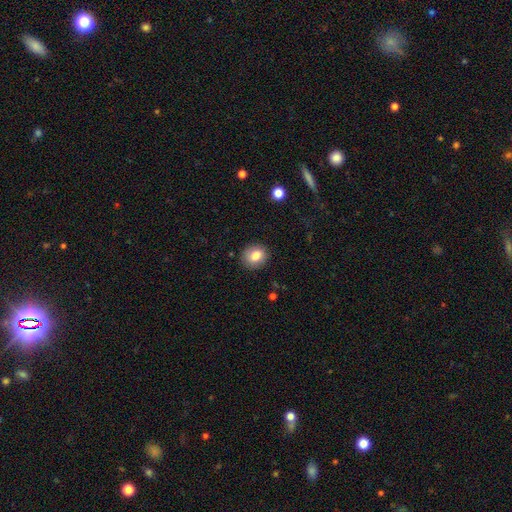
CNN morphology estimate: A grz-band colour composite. It shows a smooth galaxy with no disk features (82%) that is round (72%). Merging: none (87%).